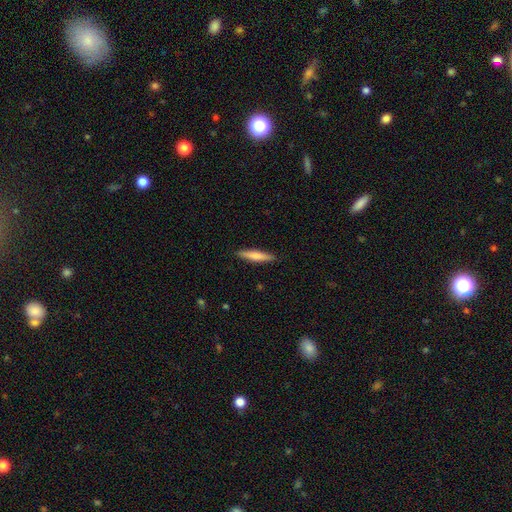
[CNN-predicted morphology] Smooth or featured: smooth — 67% (featured or disk — 28%)
How rounded: cigar-shaped — 89% (in between — 10%)
Merging: none — 91% (minor disturbance — 7%)